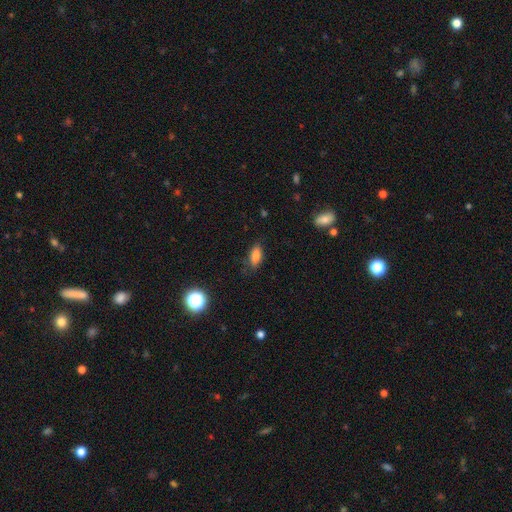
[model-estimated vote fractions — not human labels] A smooth galaxy with no disk features (83%) that is in between round and cigar-shaped (84%).

Vote fractions:
- Smooth or featured? smooth: 83% / star or artifact: 10% / featured or disk: 7%
- How rounded? in between: 84% / cigar-shaped: 11% / round: 4%
- Merging? none: 76% / minor disturbance: 18% / major disturbance: 4% / merger: 1%